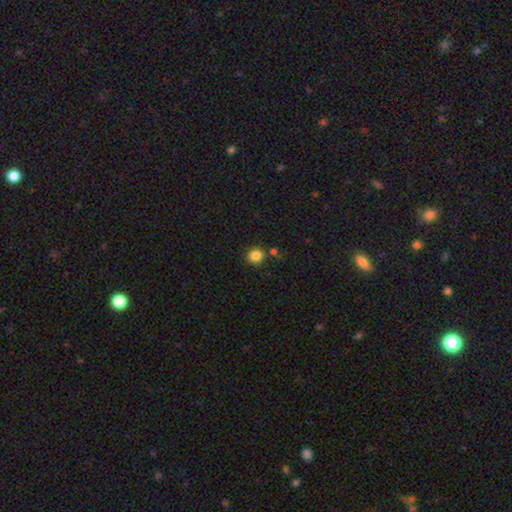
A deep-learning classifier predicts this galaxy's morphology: Smooth or featured: smooth — 85% (star or artifact — 11%)
How rounded: round — 85% (in between — 14%)
Merging: none — 82% (minor disturbance — 9%)